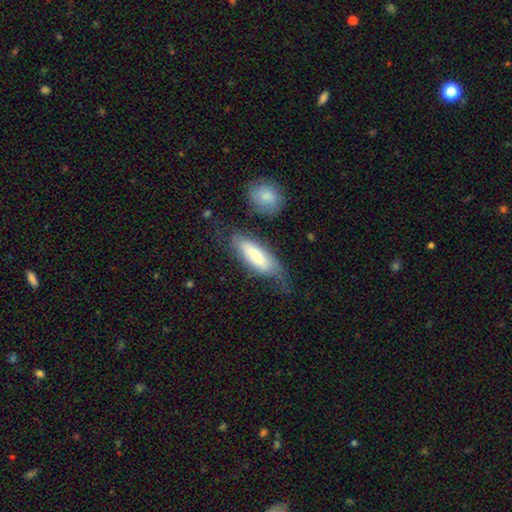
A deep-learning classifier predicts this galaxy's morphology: Overall: smooth (64%; featured or disk 30%). How rounded: in between (59%; cigar-shaped 38%). Merging: none (52%; minor disturbance 26%).